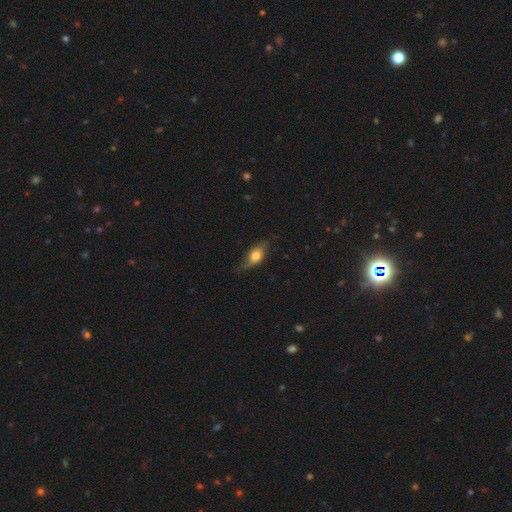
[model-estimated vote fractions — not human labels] Smooth or featured: smooth — 61% (featured or disk — 31%)
How rounded: in between — 79% (cigar-shaped — 12%)
Merging: none — 60% (minor disturbance — 30%)